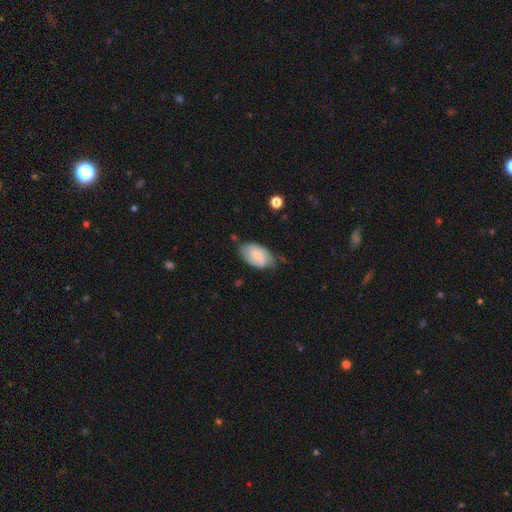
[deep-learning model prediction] Q: Smooth or featured?
A: smooth (57%); runner-up: featured or disk (36%)
Q: How rounded?
A: in between (93%); runner-up: round (5%)
Q: Merging?
A: none (56%); runner-up: minor disturbance (33%)